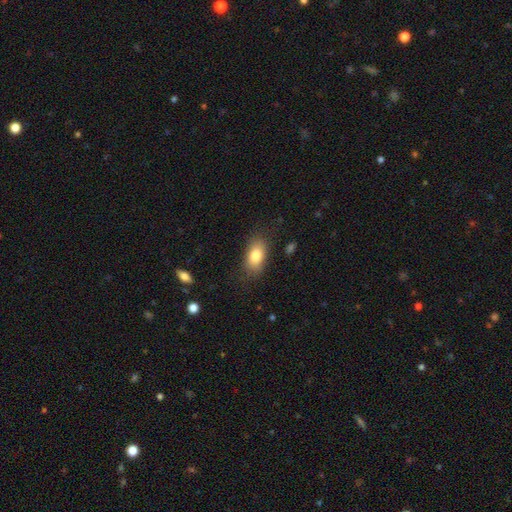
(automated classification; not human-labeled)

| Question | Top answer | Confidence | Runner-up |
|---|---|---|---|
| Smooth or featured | smooth | 80% | featured or disk (12%) |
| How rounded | in between | 87% | round (9%) |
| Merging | none | 78% | minor disturbance (15%) |